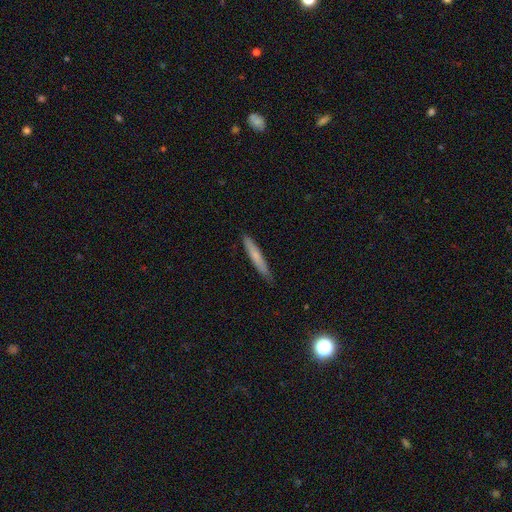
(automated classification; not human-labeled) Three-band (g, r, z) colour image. It shows a smooth galaxy with no disk features (68%) that is cigar-shaped (95%). Merging: none (85%).